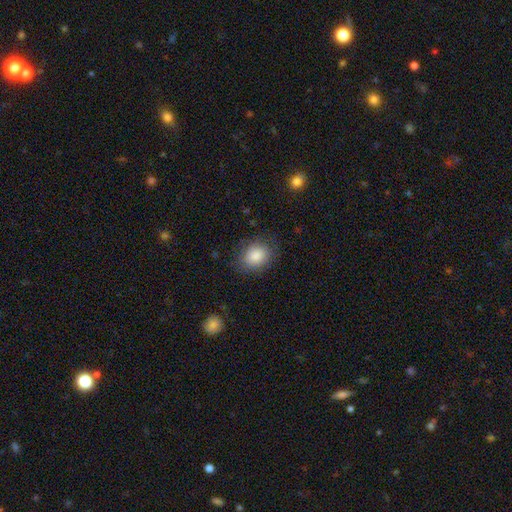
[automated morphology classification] The model was most divided on "how rounded": round: 53%, in between: 46%, cigar-shaped: 1%. More confident: smooth or featured — smooth (86%); merging — none (80%).